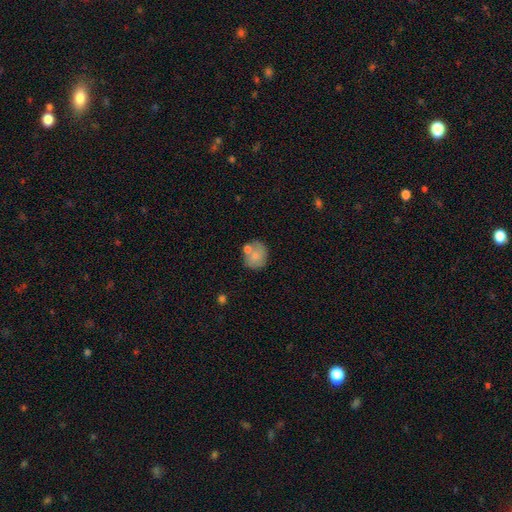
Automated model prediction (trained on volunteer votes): A smooth galaxy with no disk features (72%) that is round (74%).

Vote fractions:
- Smooth or featured? smooth: 72% / featured or disk: 20% / star or artifact: 8%
- How rounded? round: 74% / in between: 25% / cigar-shaped: 1%
- Merging? none: 56% / merger: 21% / minor disturbance: 17% / major disturbance: 6%